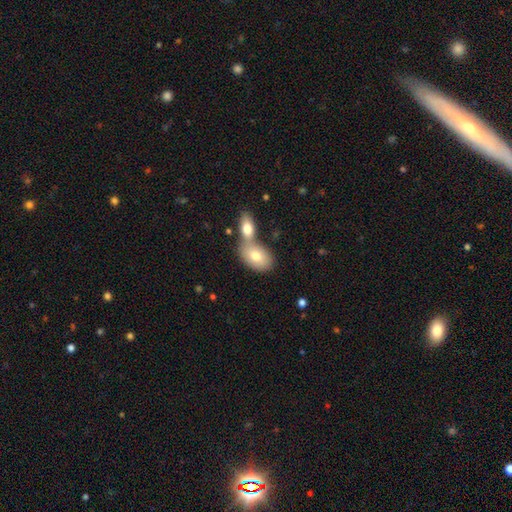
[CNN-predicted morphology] A smooth galaxy with no disk features (73%) that is in between round and cigar-shaped (89%).

Vote fractions:
- Smooth or featured? smooth: 73% / featured or disk: 20% / star or artifact: 7%
- How rounded? in between: 89% / round: 9% / cigar-shaped: 2%
- Merging? merger: 56% / none: 33% / minor disturbance: 8% / major disturbance: 3%